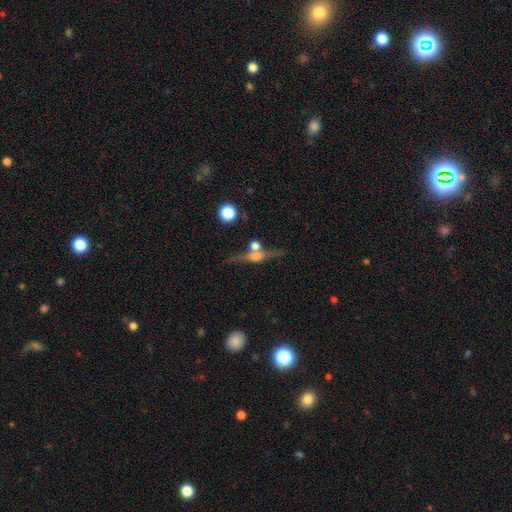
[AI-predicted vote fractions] smooth-or-featured: featured or disk: 73% | smooth: 18% | star or artifact: 9%
  disk-edge-on: yes: 94% | no: 6%
    edge-on-bulge: rounded: 87% | boxy: 9% | none: 4%
  merging: none: 69% | merger: 15% | minor disturbance: 11% | major disturbance: 4%